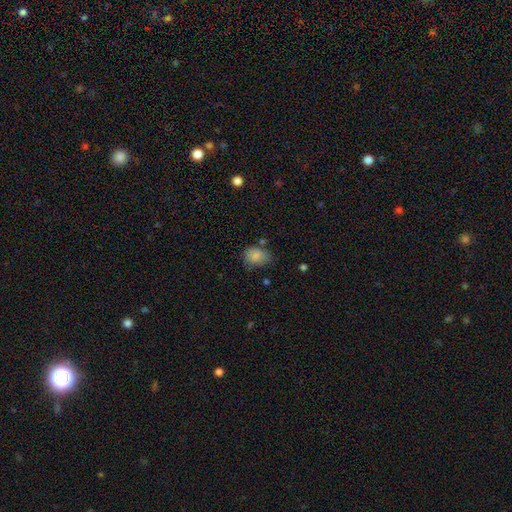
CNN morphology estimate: smooth 84%, star or artifact 9%, featured or disk 8%. Down the decision tree: how rounded — in between (65%); merging — none (59%).